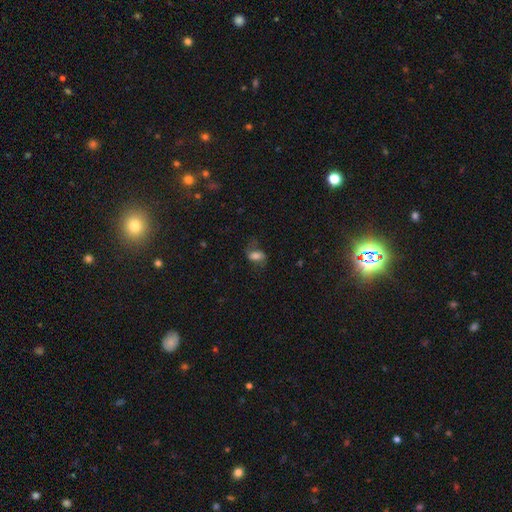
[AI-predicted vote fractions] Smooth or featured?
  - smooth: 62% *
  - featured or disk: 26%
  - star or artifact: 12%
How rounded?
  - in between: 84% *
  - round: 12%
  - cigar-shaped: 4%
Merging?
  - none: 57% *
  - minor disturbance: 23%
  - major disturbance: 19%
  - merger: 2%